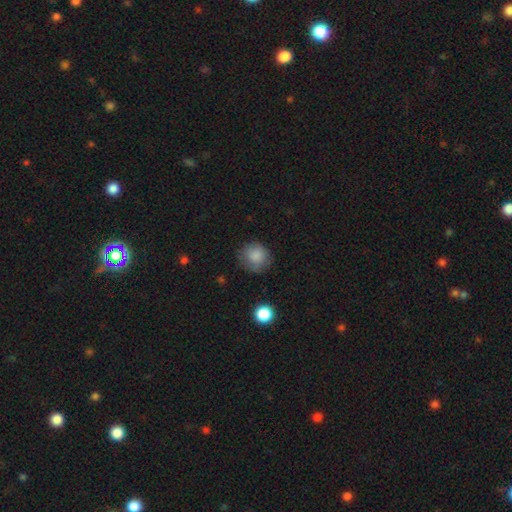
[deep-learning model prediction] smooth_or_featured: smooth (p=0.84) [alt: star or artifact p=0.09]
how_rounded: round (p=0.86) [alt: in between p=0.13]
merging: none (p=0.73) [alt: minor disturbance p=0.20]